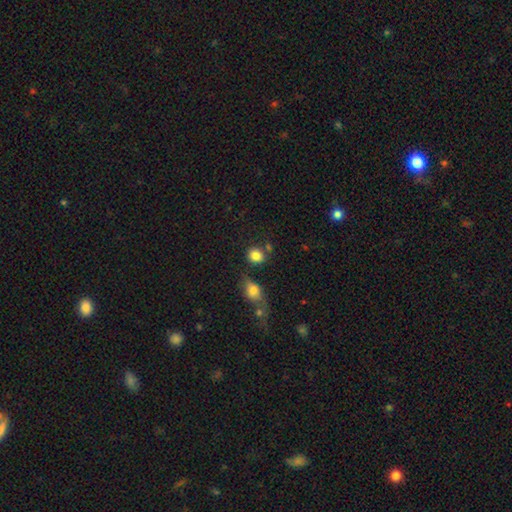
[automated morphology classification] type=smooth (84%); roundness=round (68%); merging=none (70%).